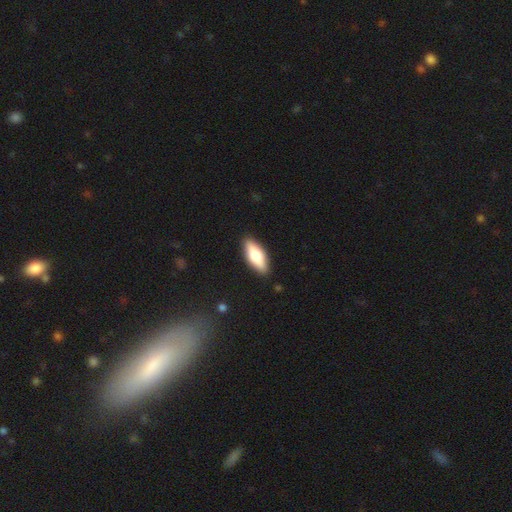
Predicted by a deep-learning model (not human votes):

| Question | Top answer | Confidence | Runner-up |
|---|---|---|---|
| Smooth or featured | smooth | 68% | featured or disk (26%) |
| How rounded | in between | 68% | cigar-shaped (30%) |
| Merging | none | 89% | minor disturbance (8%) |